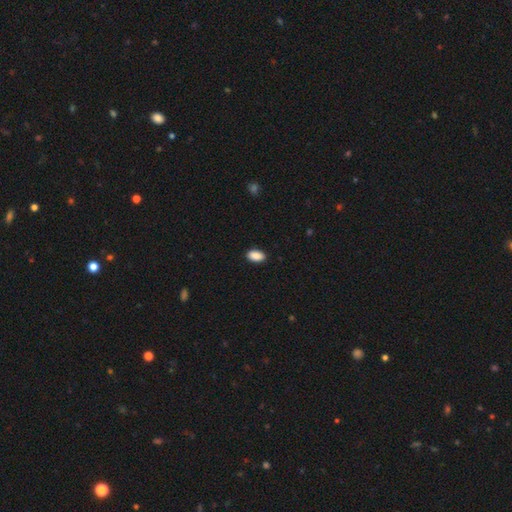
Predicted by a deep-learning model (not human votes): Overall: smooth (90%). How rounded: in between (93%). Merging: none (89%).